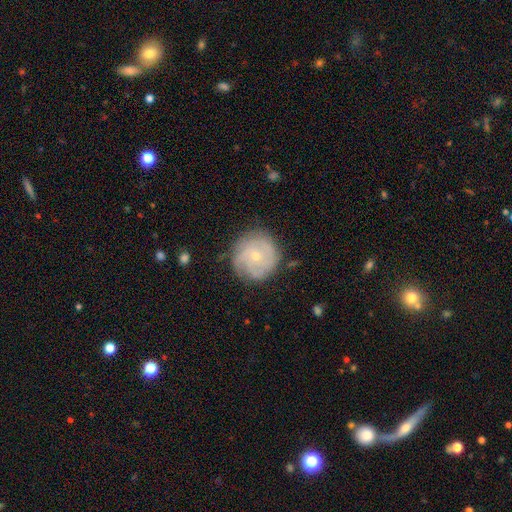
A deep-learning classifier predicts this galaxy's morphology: type=featured or disk (69%); edge-on=no (97%); bar=no (79%); spiral arms=yes (88%); winding=tight (67%); arm count=can't tell (39%); bulge=small (69%); merging=none (77%).